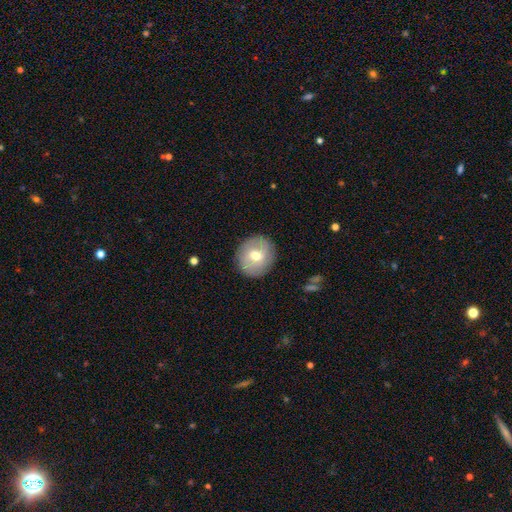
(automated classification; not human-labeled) Q: Smooth or featured?
A: smooth (62%); runner-up: featured or disk (30%)
Q: How rounded?
A: round (87%); runner-up: in between (12%)
Q: Merging?
A: none (88%); runner-up: minor disturbance (8%)